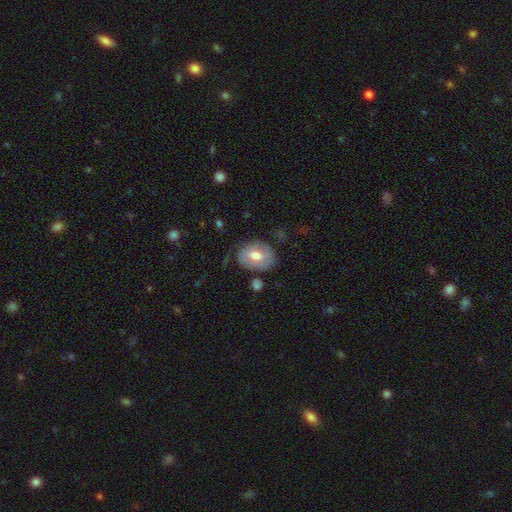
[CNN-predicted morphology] A smooth galaxy with no disk features (54%) that is in between round and cigar-shaped (69%).

Vote fractions:
- Smooth or featured? smooth: 54% / featured or disk: 39% / star or artifact: 7%
- How rounded? in between: 69% / round: 30% / cigar-shaped: 1%
- Merging? none: 67% / minor disturbance: 23% / major disturbance: 8% / merger: 3%